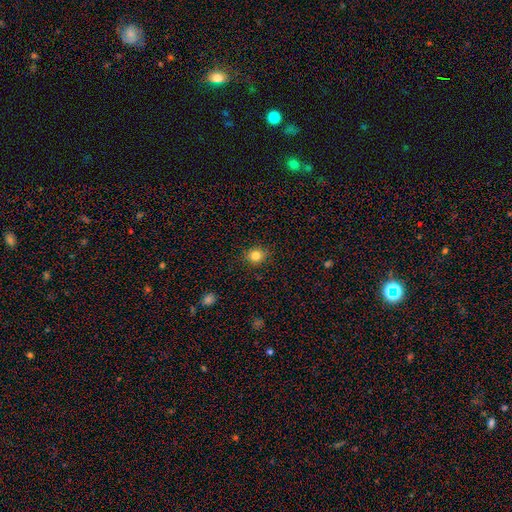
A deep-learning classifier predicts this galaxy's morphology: A smooth galaxy with no disk features (82%) that is round (79%).

Vote fractions:
- Smooth or featured? smooth: 82% / star or artifact: 12% / featured or disk: 6%
- How rounded? round: 79% / in between: 21% / cigar-shaped: 1%
- Merging? none: 89% / minor disturbance: 8% / major disturbance: 2% / merger: 1%